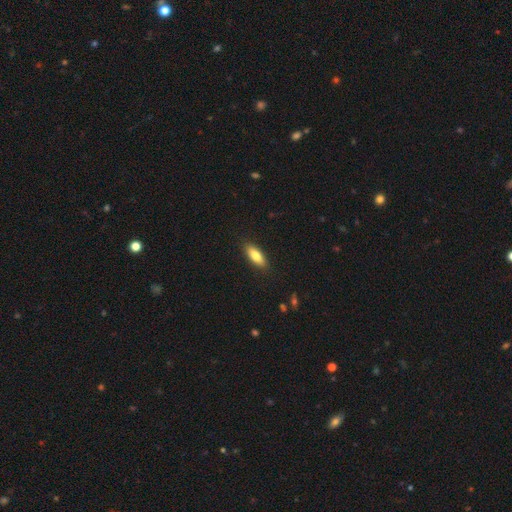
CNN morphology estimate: Smooth or featured? smooth (79%)
How rounded? in between (67%)
Merging? none (88%)